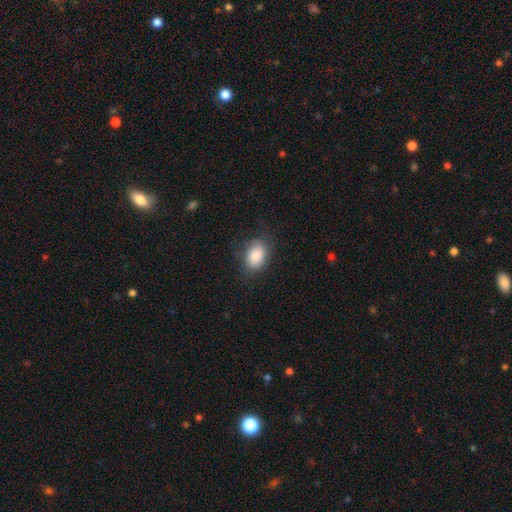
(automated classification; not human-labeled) A smooth galaxy with no disk features (86%) that is in between round and cigar-shaped (79%).

Vote fractions:
- Smooth or featured? smooth: 86% / star or artifact: 7% / featured or disk: 6%
- How rounded? in between: 79% / round: 20% / cigar-shaped: 1%
- Merging? none: 75% / minor disturbance: 18% / major disturbance: 6% / merger: 1%